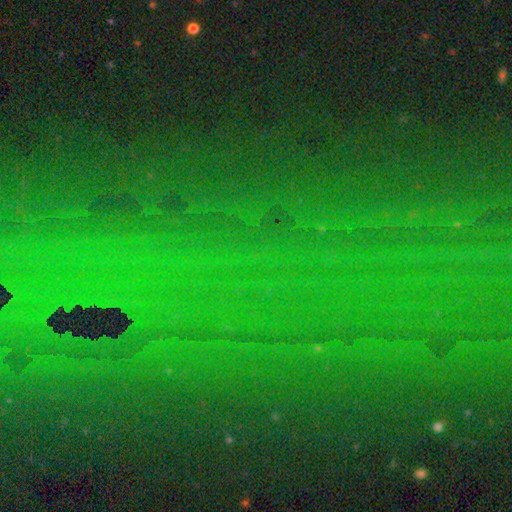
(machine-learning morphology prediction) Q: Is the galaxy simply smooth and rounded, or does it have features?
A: star or artifact — 79%.